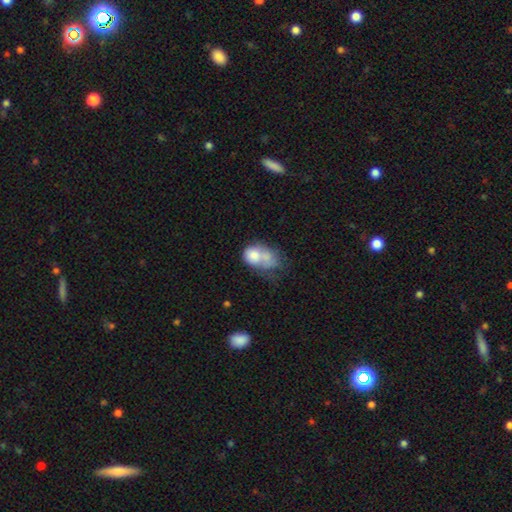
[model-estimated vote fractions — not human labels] Overall: smooth (66%). How rounded: in between (65%; round 34%). Merging: merger (49%; major disturbance 19%).